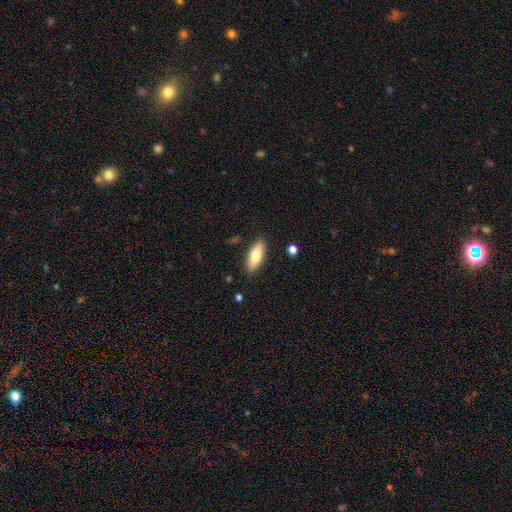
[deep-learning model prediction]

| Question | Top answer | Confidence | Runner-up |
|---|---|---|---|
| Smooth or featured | smooth | 72% | featured or disk (22%) |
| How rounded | in between | 65% | cigar-shaped (33%) |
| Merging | none | 87% | minor disturbance (9%) |